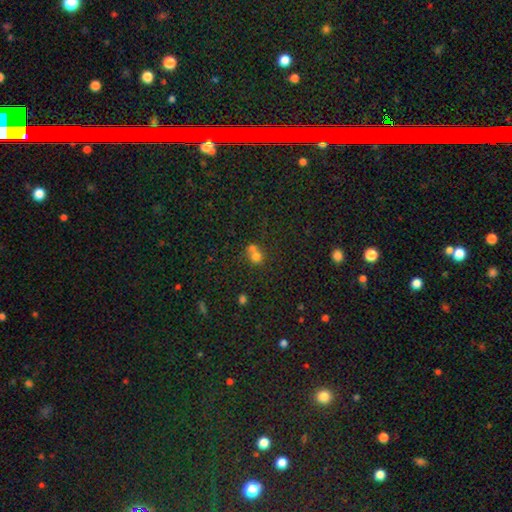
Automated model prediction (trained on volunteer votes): Smooth or featured? Predicted: smooth (p=0.71). How rounded? Predicted: round (p=0.77). Merging? Predicted: merger (p=0.61).